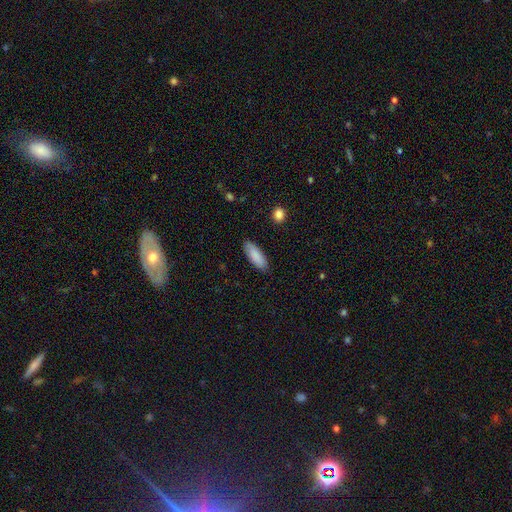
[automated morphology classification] Overall: smooth (88%). How rounded: in between (66%; cigar-shaped 33%). Merging: none (87%).